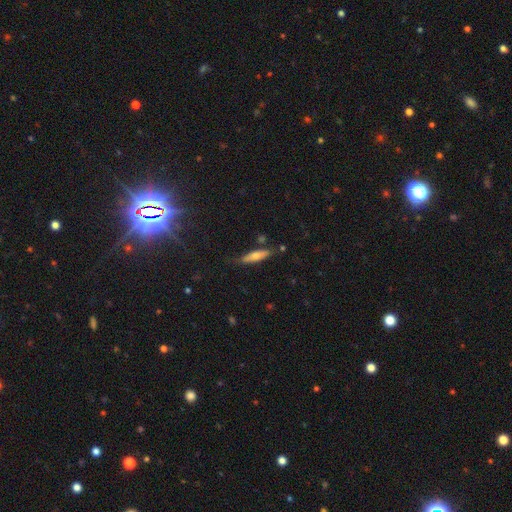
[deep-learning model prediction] This is possibly a smooth galaxy (57%). How rounded: likely cigar-shaped (75%). Merging: likely none (73%).